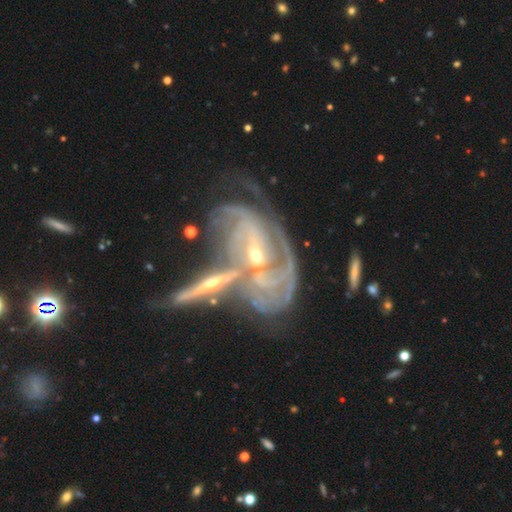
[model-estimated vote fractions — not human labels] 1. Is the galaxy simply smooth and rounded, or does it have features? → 89% featured or disk, 6% star or artifact, 5% smooth.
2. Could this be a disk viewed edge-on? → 89% no, 11% yes.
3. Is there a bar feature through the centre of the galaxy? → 45% no, 34% weak, 21% strong.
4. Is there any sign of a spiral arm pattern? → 95% yes, 5% no.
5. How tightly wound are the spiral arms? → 61% tight, 30% medium, 9% loose.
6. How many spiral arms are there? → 30% can't tell (tied), 30% 2 (tied), 20% 3, 8% 4, 6% more than 4, 6% 1.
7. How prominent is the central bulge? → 67% small, 29% moderate, 1% none, 1% large, 1% dominant.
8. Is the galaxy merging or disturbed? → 50% merger, 27% none, 13% minor disturbance, 10% major disturbance.